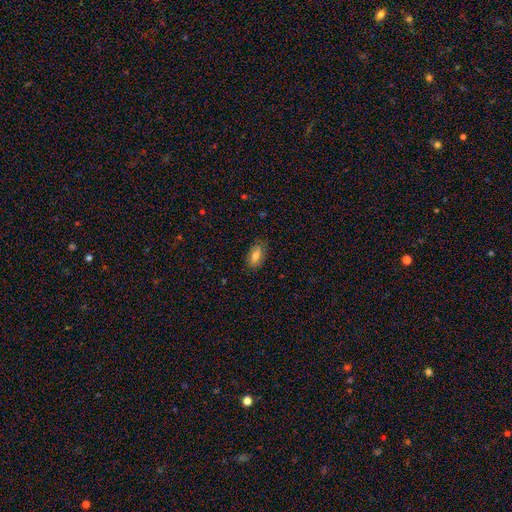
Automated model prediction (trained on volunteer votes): Smooth or featured? smooth (66%)
How rounded? in between (87%)
Merging? none (82%)